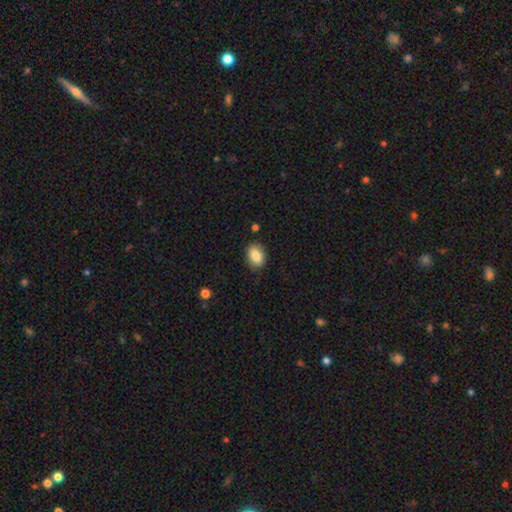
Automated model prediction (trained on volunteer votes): Overall: smooth (85%). How rounded: in between (82%). Merging: none (84%).